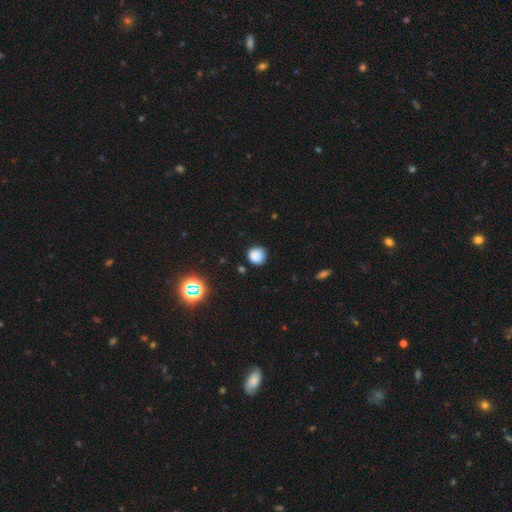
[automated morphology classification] A smooth galaxy with no disk features (83%) that is round (92%). Merging: none (83%).